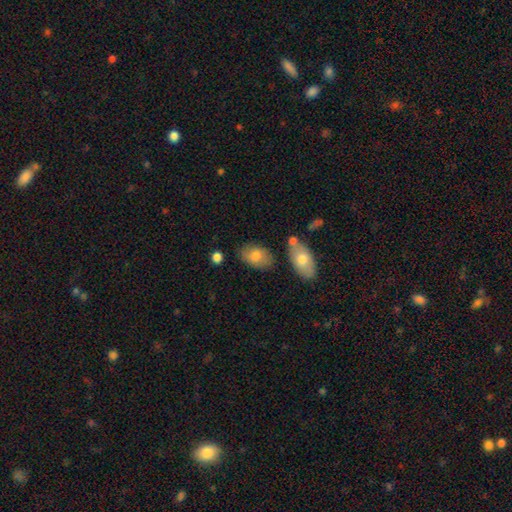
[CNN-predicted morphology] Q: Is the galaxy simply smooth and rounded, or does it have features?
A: smooth — 78%.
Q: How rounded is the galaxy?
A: in between — 90%.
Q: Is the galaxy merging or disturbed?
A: none — 70%.